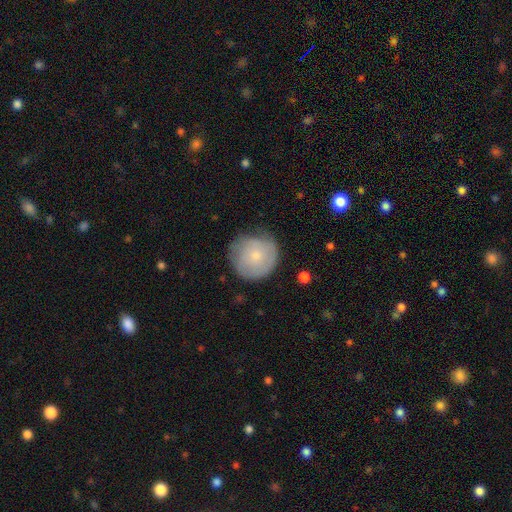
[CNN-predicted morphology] A smooth galaxy with no disk features (65%) that is round (92%). Merging: none (66%).